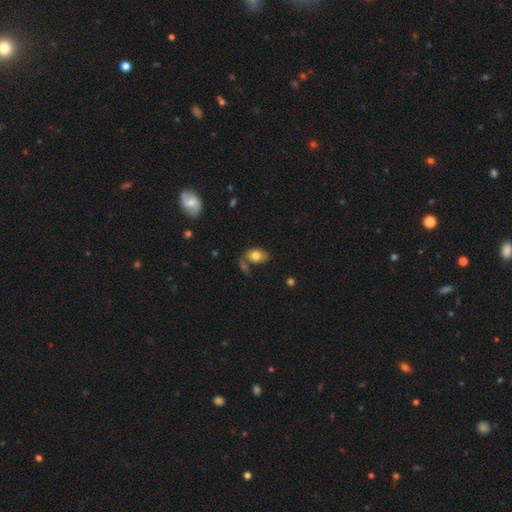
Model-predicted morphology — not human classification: Q: Smooth or featured?
A: smooth (75%); runner-up: featured or disk (17%)
Q: How rounded?
A: in between (86%); runner-up: round (12%)
Q: Merging?
A: none (51%); runner-up: merger (22%)